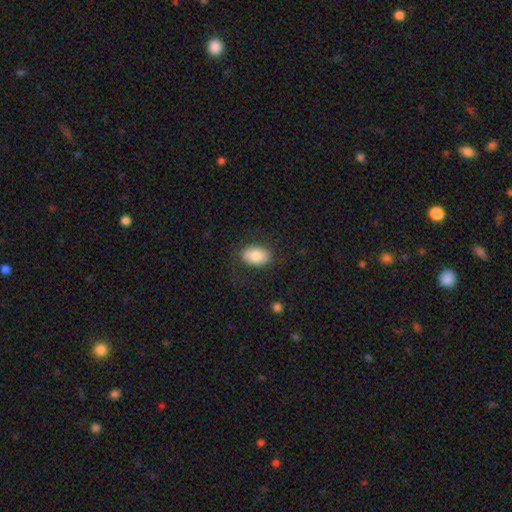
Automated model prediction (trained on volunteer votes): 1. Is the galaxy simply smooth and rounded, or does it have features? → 81% smooth, 13% featured or disk, 7% star or artifact.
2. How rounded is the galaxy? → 89% in between, 9% round, 1% cigar-shaped.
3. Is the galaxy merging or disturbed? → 79% none, 14% minor disturbance, 6% major disturbance, 1% merger.